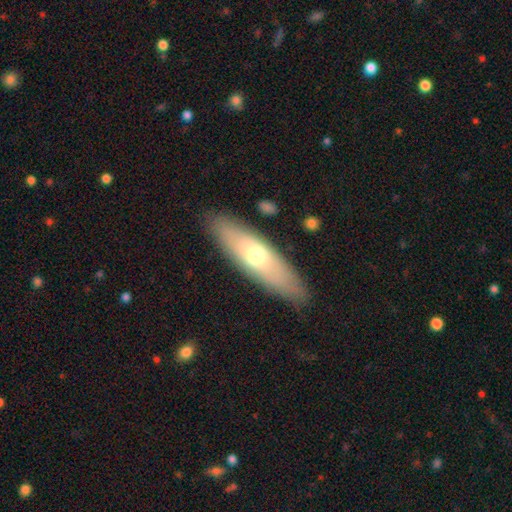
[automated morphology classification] type=smooth (53%); roundness=cigar-shaped (52%); merging=none (87%).